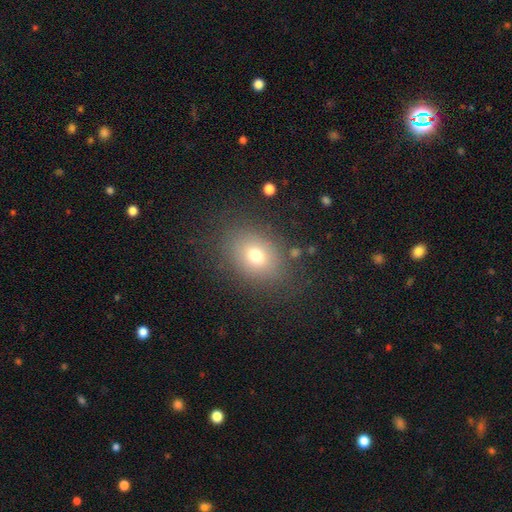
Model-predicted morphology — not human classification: Smooth or featured? Predicted: smooth (p=0.72). How rounded? Predicted: in between (p=0.67). Merging? Predicted: none (p=0.81).